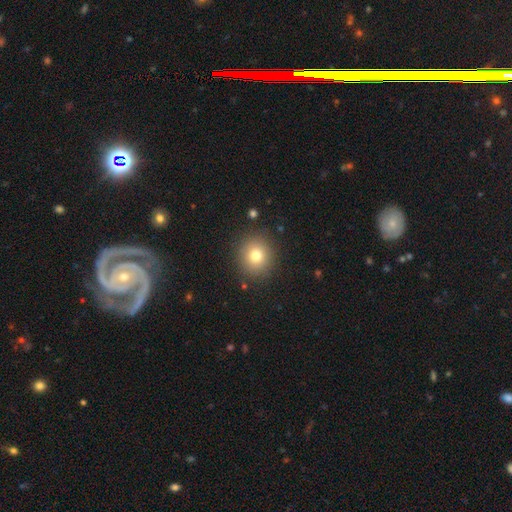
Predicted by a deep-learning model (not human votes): Overall: smooth (77%). How rounded: round (88%). Merging: none (88%).